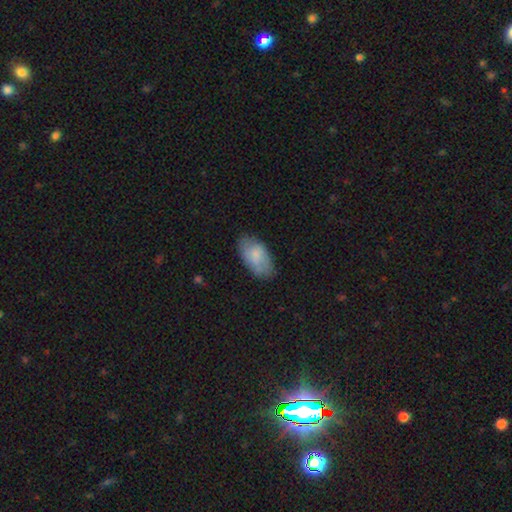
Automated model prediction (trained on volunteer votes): Morphology: type=smooth (74%); roundness=in between (95%); merging=none (75%).